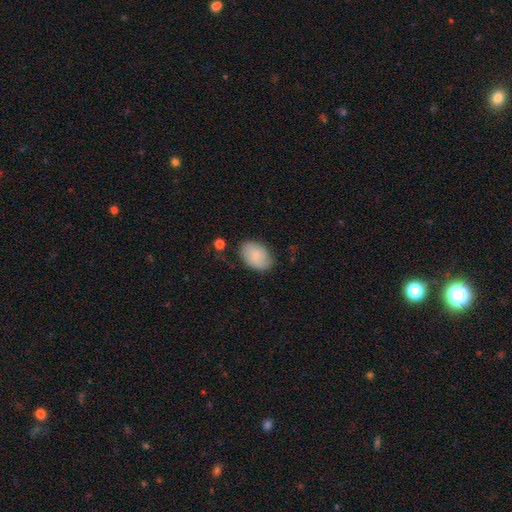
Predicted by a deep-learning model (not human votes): Smooth or featured? smooth (81%)
How rounded? in between (85%)
Merging? none (76%)